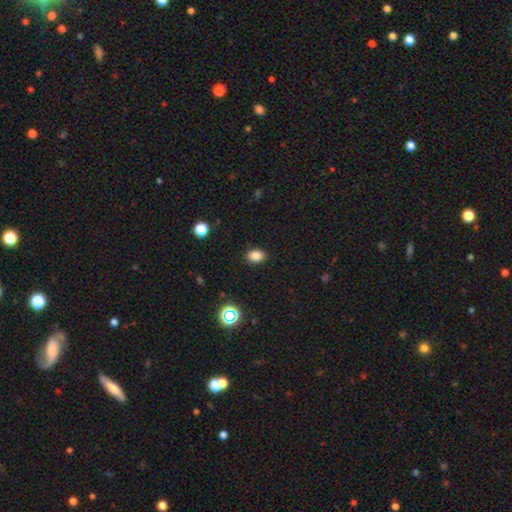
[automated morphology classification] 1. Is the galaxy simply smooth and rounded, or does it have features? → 83% smooth, 12% star or artifact, 4% featured or disk.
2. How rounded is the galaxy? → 75% in between, 24% round, 1% cigar-shaped.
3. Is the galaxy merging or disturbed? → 88% none, 8% minor disturbance, 2% major disturbance, 1% merger.